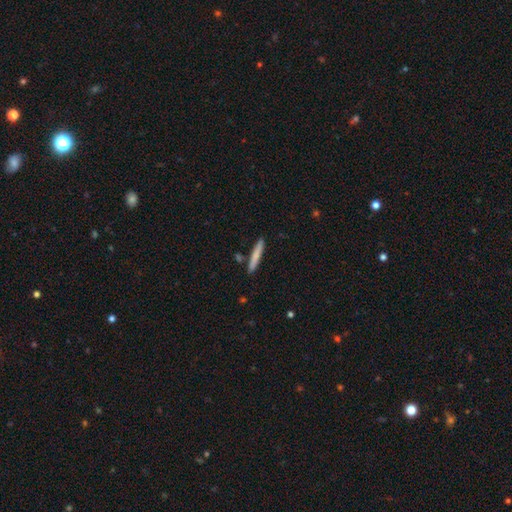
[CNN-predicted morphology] Smooth or featured? Predicted: smooth (p=0.77). How rounded? Predicted: cigar-shaped (p=0.95). Merging? Predicted: none (p=0.87).